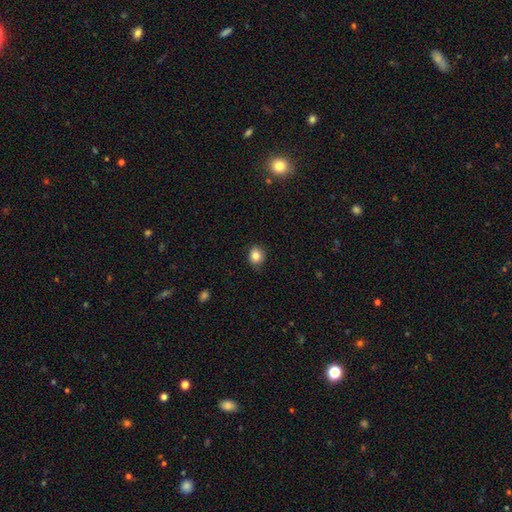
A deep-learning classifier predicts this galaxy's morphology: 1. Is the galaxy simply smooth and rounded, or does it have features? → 84% smooth, 10% star or artifact, 6% featured or disk.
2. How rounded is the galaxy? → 67% round, 32% in between, 1% cigar-shaped.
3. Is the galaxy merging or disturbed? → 86% none, 11% minor disturbance, 2% major disturbance, 1% merger.